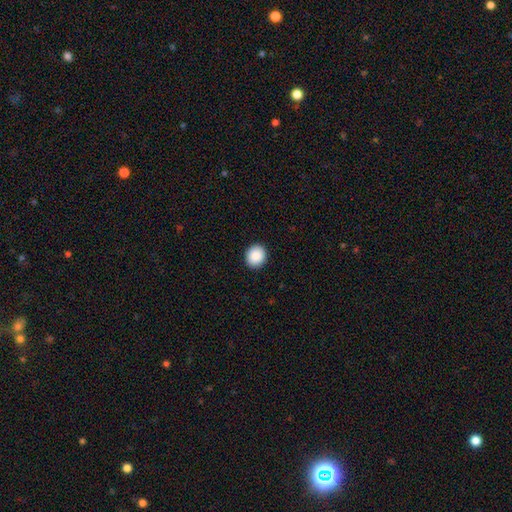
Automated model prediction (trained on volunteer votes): The model was most divided on "how rounded": round: 81%, in between: 18%, cigar-shaped: 1%. More confident: merging — none (92%); smooth or featured — smooth (90%).